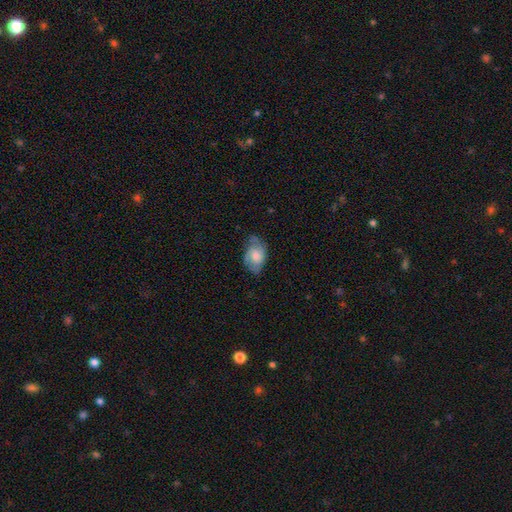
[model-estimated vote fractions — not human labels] Smooth or featured?
  - smooth: 53% *
  - featured or disk: 40%
  - star or artifact: 7%
How rounded?
  - in between: 88% *
  - round: 10%
  - cigar-shaped: 2%
Merging?
  - none: 54% *
  - minor disturbance: 33%
  - major disturbance: 12%
  - merger: 1%